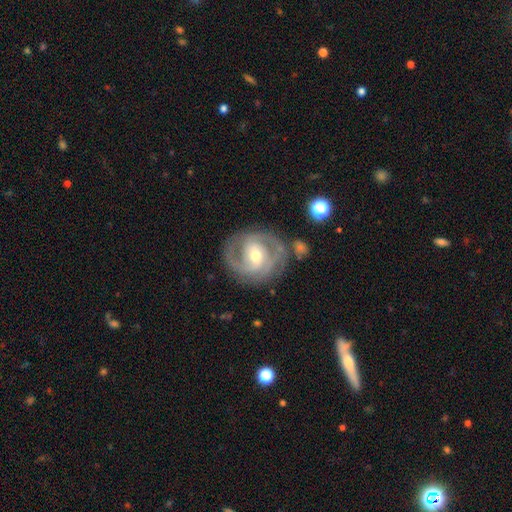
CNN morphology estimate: This is clearly a featured or disk galaxy (87%). It is clearly not viewed edge-on (97%). Bar: marginally weak (43%). Spiral arm pattern: clearly yes (95%). Spiral arm count: possibly 2 (51%). Spiral winding: possibly tight (52%). Central bulge: likely moderate (60%). Merging: likely none (74%).